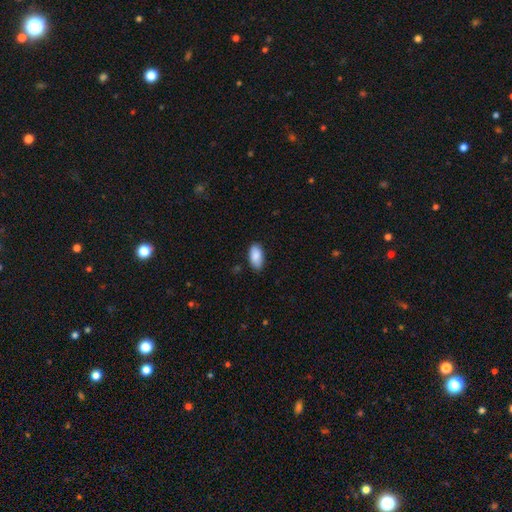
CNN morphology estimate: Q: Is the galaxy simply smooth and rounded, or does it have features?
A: smooth — 89%.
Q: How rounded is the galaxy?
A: in between — 93%.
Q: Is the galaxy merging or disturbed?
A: none — 81%.